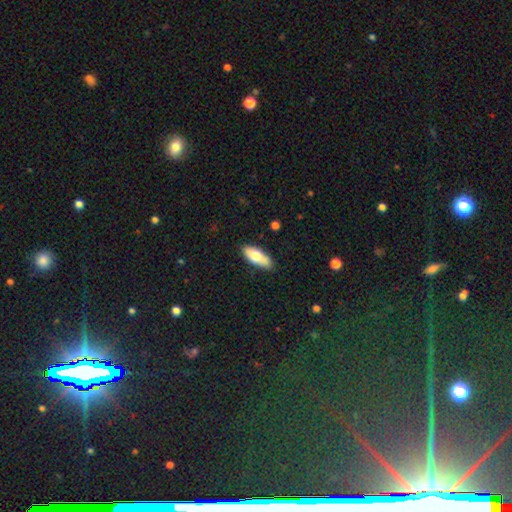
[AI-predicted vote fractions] Smooth or featured: smooth — 69% (featured or disk — 25%)
How rounded: in between — 79% (cigar-shaped — 18%)
Merging: none — 80% (minor disturbance — 14%)